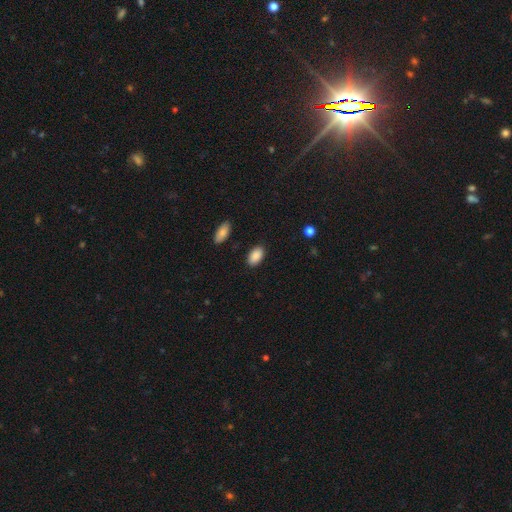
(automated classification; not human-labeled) Morphology: type=smooth (89%); roundness=in between (93%); merging=none (88%).